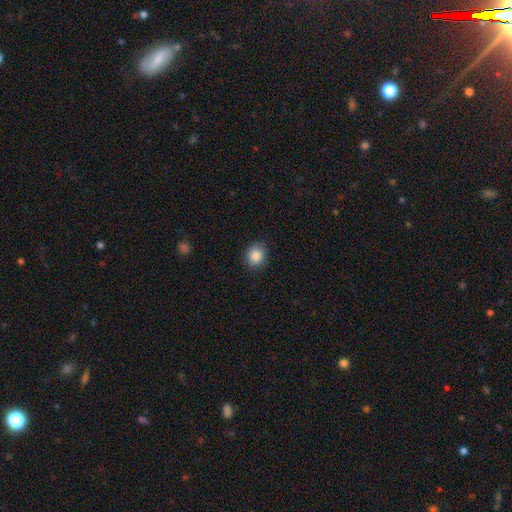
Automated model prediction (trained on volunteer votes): This is clearly a smooth galaxy (86%). How rounded: likely round (78%). Merging: clearly none (88%).